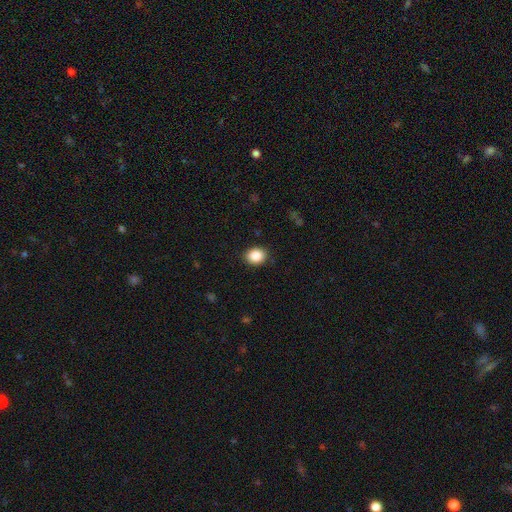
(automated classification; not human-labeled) A smooth galaxy with no disk features (88%) that is round (60%). Merging: none (89%).